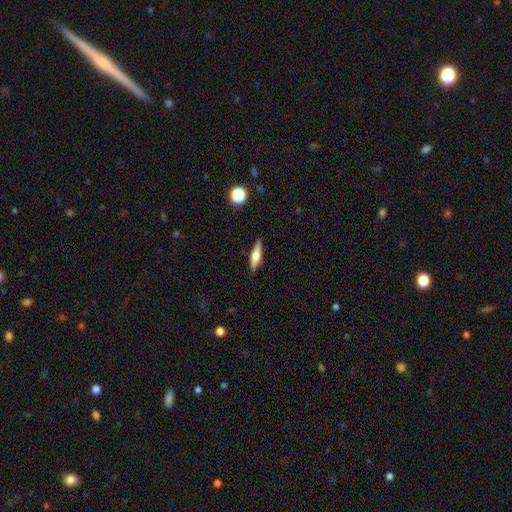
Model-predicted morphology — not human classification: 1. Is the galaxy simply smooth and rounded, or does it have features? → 47% smooth, 46% featured or disk, 7% star or artifact.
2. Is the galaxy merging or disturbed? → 89% none, 8% minor disturbance, 2% major disturbance, 1% merger.